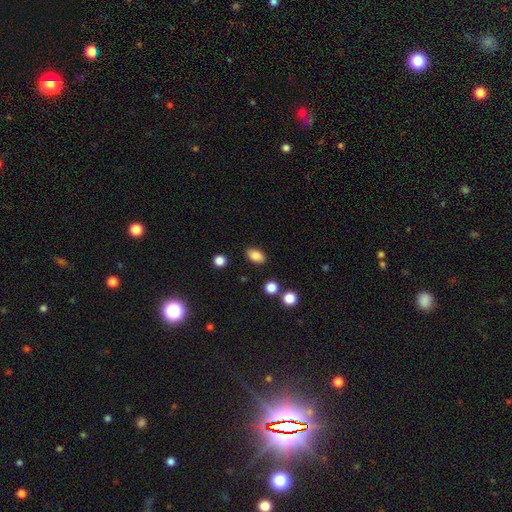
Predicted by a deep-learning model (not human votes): Smooth or featured?
  - smooth: 85% *
  - star or artifact: 9%
  - featured or disk: 5%
How rounded?
  - in between: 87% *
  - round: 11%
  - cigar-shaped: 2%
Merging?
  - none: 86% *
  - minor disturbance: 9%
  - major disturbance: 2%
  - merger: 2%